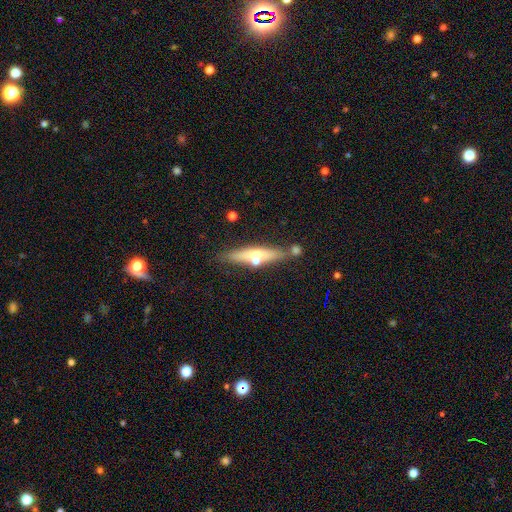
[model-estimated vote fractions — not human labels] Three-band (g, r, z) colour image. It shows a featured or disk galaxy (52%) viewed edge-on (89%). Merging: none (71%).